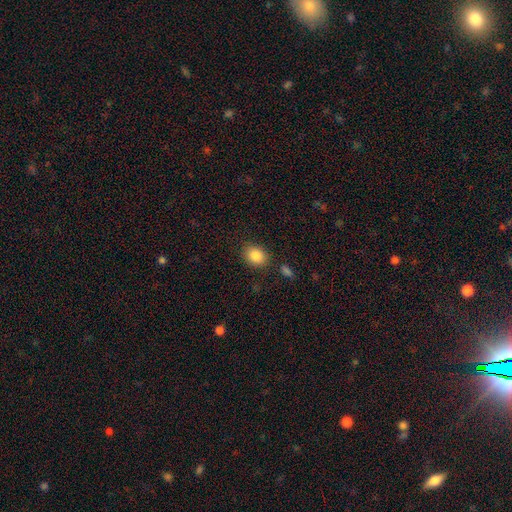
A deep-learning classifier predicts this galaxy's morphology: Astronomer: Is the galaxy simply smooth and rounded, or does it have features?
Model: smooth — 86%.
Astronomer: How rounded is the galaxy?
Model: in between — 55% (runner-up: round, 44%).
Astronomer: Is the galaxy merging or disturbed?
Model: none — 83%.